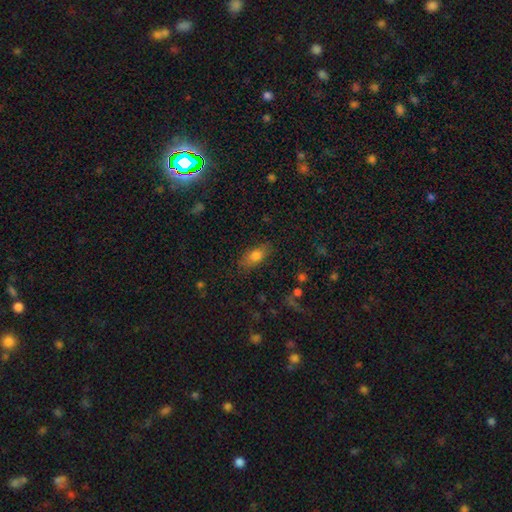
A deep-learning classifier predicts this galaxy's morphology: Smooth or featured? smooth (74%)
How rounded? in between (80%)
Merging? none (81%)